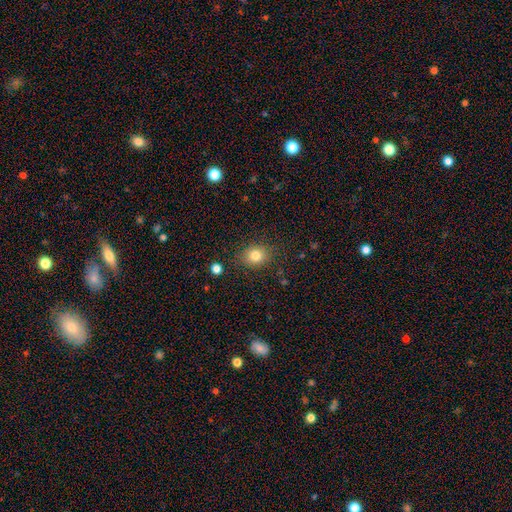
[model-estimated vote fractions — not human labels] Smooth or featured?
  - smooth: 81% *
  - star or artifact: 11%
  - featured or disk: 8%
How rounded?
  - round: 55% *
  - in between: 44%
  - cigar-shaped: 1%
Merging?
  - none: 84% *
  - minor disturbance: 11%
  - major disturbance: 3%
  - merger: 2%